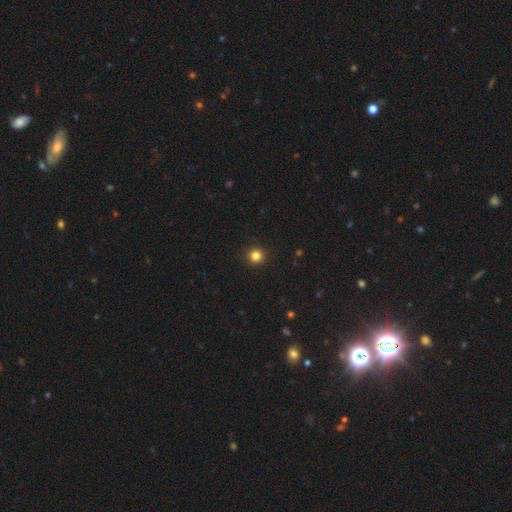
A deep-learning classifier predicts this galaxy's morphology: Q: Smooth or featured?
A: smooth (83%); runner-up: star or artifact (13%)
Q: How rounded?
A: round (95%); runner-up: in between (4%)
Q: Merging?
A: none (93%); runner-up: minor disturbance (5%)